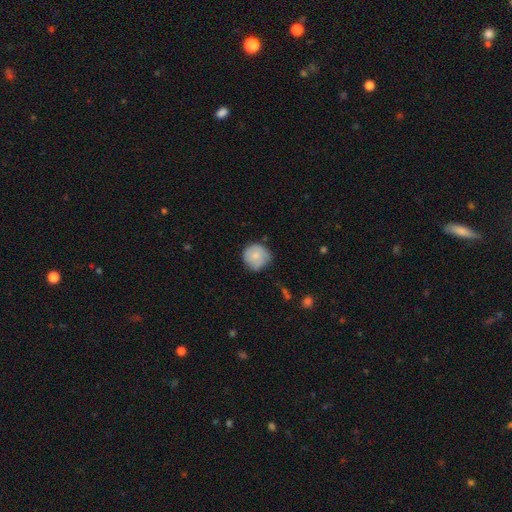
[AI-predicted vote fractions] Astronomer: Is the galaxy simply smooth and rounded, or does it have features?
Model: smooth — 74%.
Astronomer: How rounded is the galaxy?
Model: round — 91%.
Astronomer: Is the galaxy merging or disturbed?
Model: none — 65%.